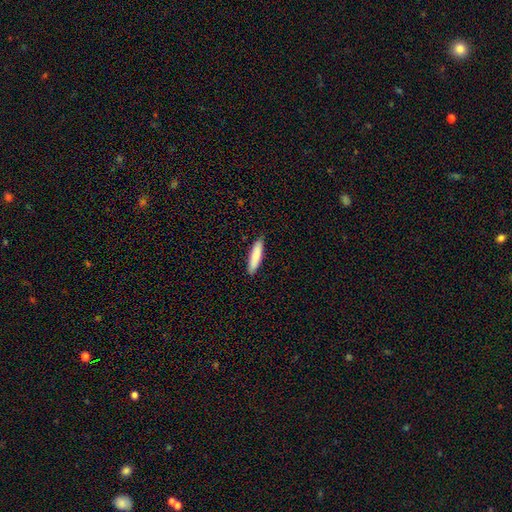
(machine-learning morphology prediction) Q: Smooth or featured?
A: smooth (84%); runner-up: featured or disk (11%)
Q: How rounded?
A: cigar-shaped (78%); runner-up: in between (21%)
Q: Merging?
A: none (90%); runner-up: minor disturbance (8%)